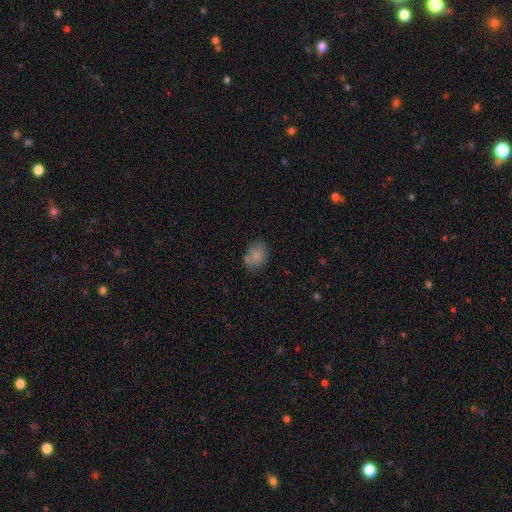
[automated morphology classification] Smooth or featured?
  - smooth: 82% *
  - star or artifact: 10%
  - featured or disk: 9%
How rounded?
  - in between: 58% *
  - round: 41%
  - cigar-shaped: 1%
Merging?
  - none: 61% *
  - minor disturbance: 18%
  - merger: 15%
  - major disturbance: 6%